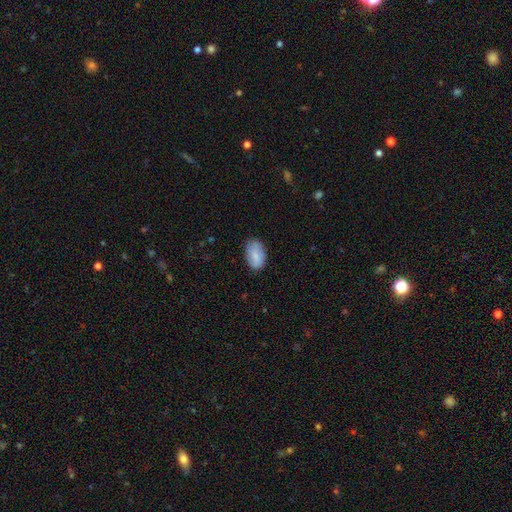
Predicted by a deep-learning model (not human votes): This is clearly a smooth galaxy (81%). How rounded: clearly in between (92%). Merging: likely none (76%).